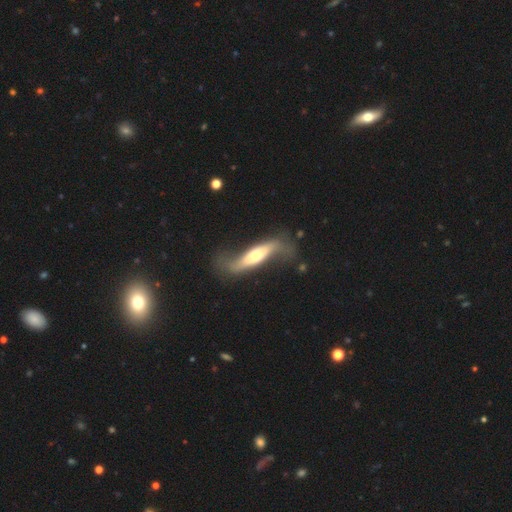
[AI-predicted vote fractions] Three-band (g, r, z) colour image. It shows a featured or disk galaxy (70%). Merging: none (53%).